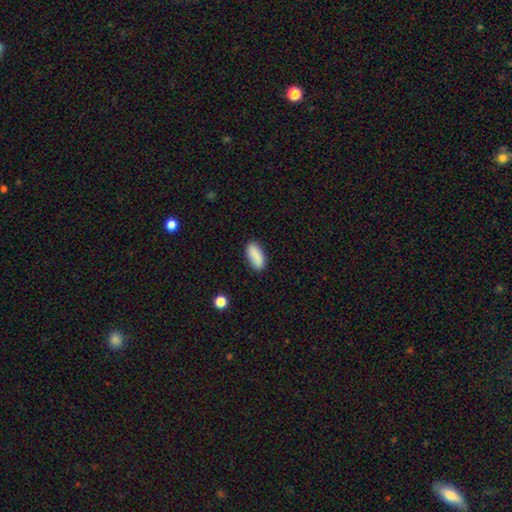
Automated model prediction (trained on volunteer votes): Smooth or featured? smooth (87%)
How rounded? in between (83%)
Merging? none (84%)